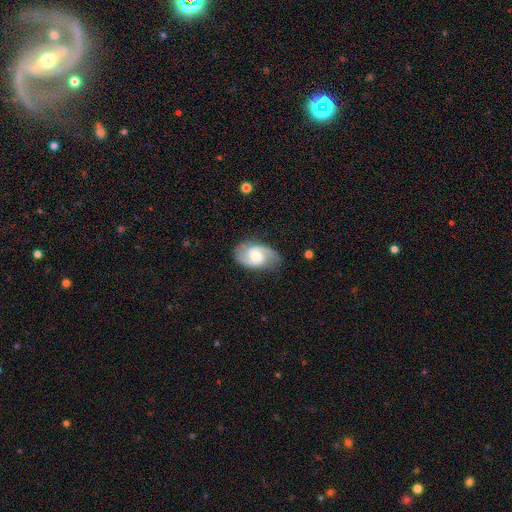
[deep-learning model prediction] featured or disk 79%, smooth 16%, star or artifact 6%. Down the decision tree: edge-on disk — no (97%); bar — no (50%); spiral arms — yes (95%); spiral arm count — 2 (90%); spiral winding — medium (51%); bulge size — moderate (60%); merging — none (77%).